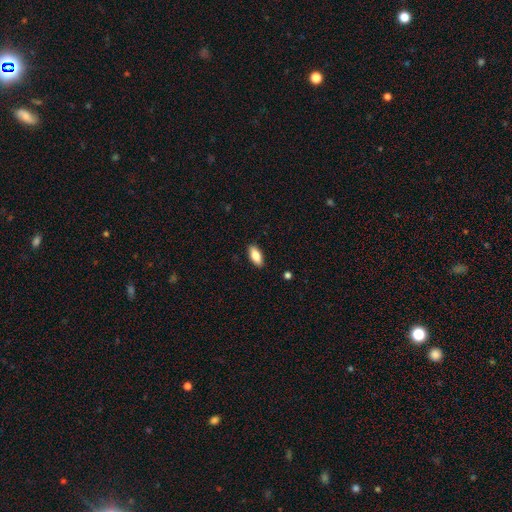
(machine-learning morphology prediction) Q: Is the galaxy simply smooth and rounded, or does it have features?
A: smooth — 81%.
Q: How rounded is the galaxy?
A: in between — 86%.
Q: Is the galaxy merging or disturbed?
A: none — 89%.